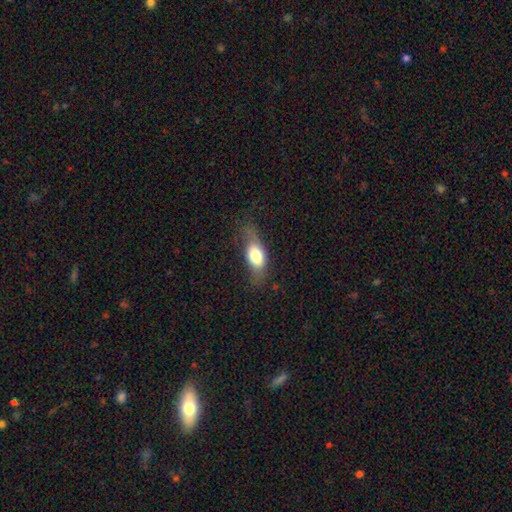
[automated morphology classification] A smooth galaxy with no disk features (69%) that is in between round and cigar-shaped (79%). Merging: none (58%).